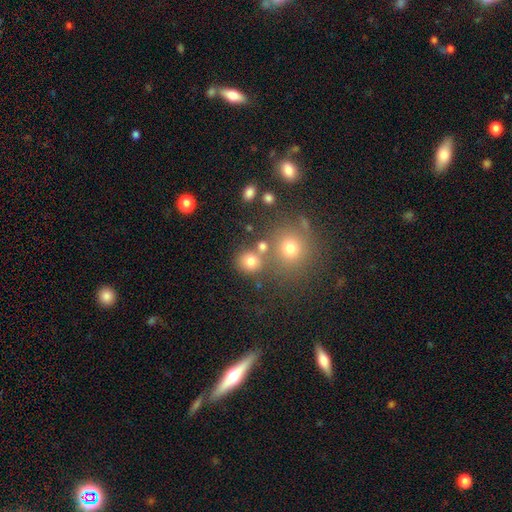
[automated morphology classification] A smooth galaxy with no disk features (64%) that is round (84%). Merging: none (67%).